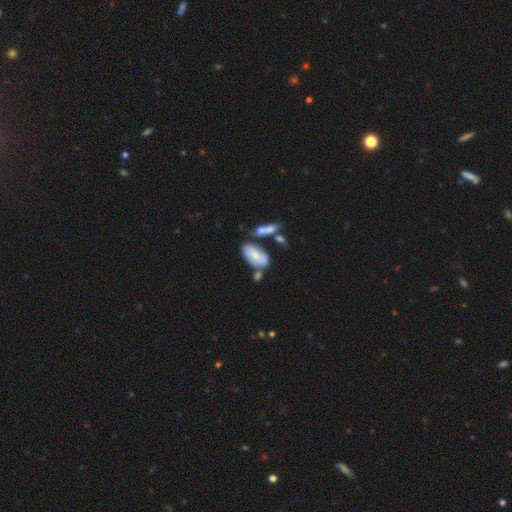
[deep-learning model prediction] smooth-or-featured: smooth: 69% | featured or disk: 24% | star or artifact: 6%
  how-rounded: in between: 92% | cigar-shaped: 5% | round: 3%
  merging: none: 49% | merger: 26% | minor disturbance: 19% | major disturbance: 6%